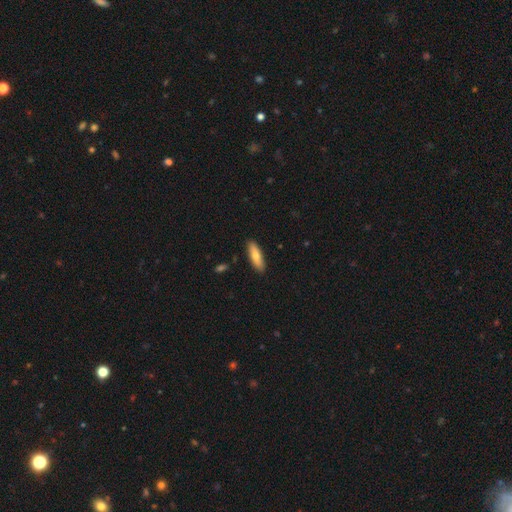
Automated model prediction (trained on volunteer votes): smooth-or-featured: smooth: 72% | featured or disk: 22% | star or artifact: 6%
  how-rounded: in between: 50% | cigar-shaped: 48% | round: 2%
  merging: none: 88% | minor disturbance: 9% | major disturbance: 2% | merger: 1%